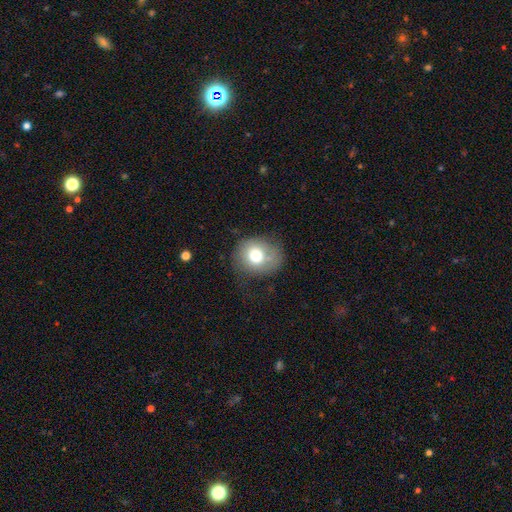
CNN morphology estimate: Smooth or featured?
  - smooth: 71% *
  - featured or disk: 19%
  - star or artifact: 10%
How rounded?
  - round: 74% *
  - in between: 25%
  - cigar-shaped: 1%
Merging?
  - none: 52% *
  - minor disturbance: 27%
  - major disturbance: 15%
  - merger: 6%